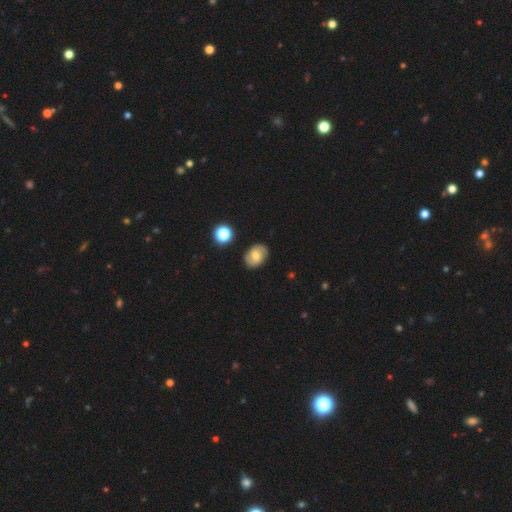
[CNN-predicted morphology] smooth 59%, featured or disk 31%, star or artifact 10%. Down the decision tree: how rounded — in between (72%); merging — none (84%).